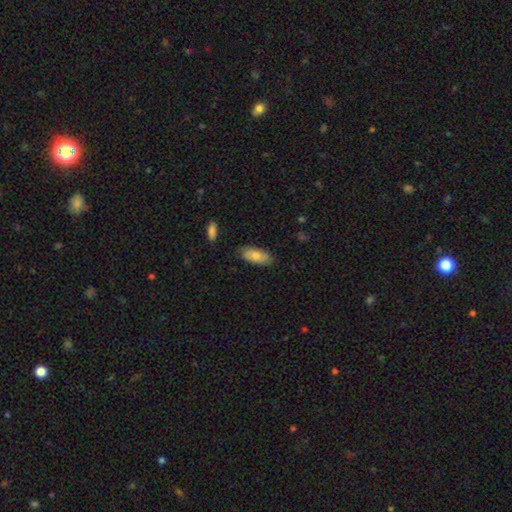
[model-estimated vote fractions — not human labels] A smooth galaxy with no disk features (76%) that is in between round and cigar-shaped (86%).

Vote fractions:
- Smooth or featured? smooth: 76% / featured or disk: 18% / star or artifact: 6%
- How rounded? in between: 86% / cigar-shaped: 12% / round: 2%
- Merging? none: 79% / minor disturbance: 17% / major disturbance: 3% / merger: 1%